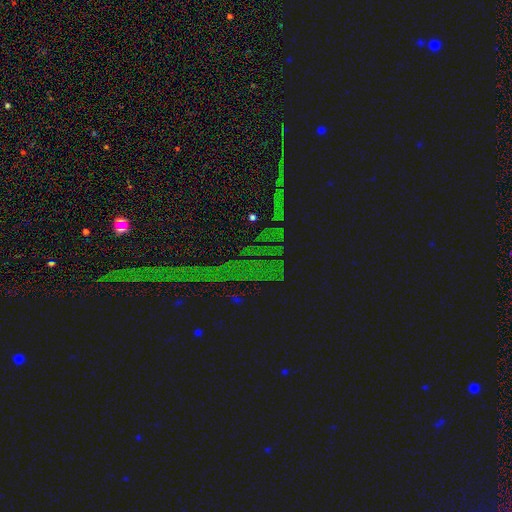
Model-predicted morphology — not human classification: Smooth or featured: star or artifact — 85% (smooth — 8%)